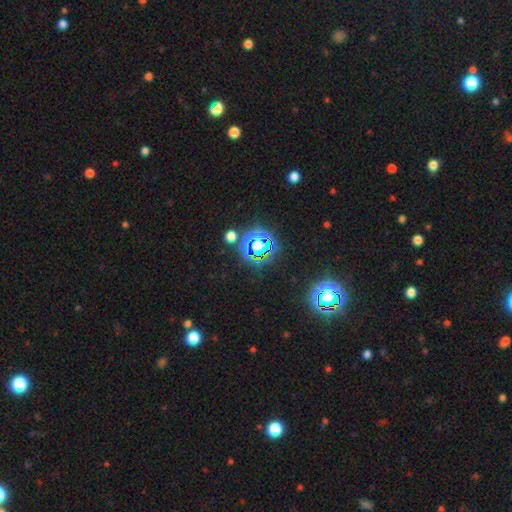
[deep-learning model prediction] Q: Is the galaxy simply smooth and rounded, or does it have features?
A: star or artifact — 81%.